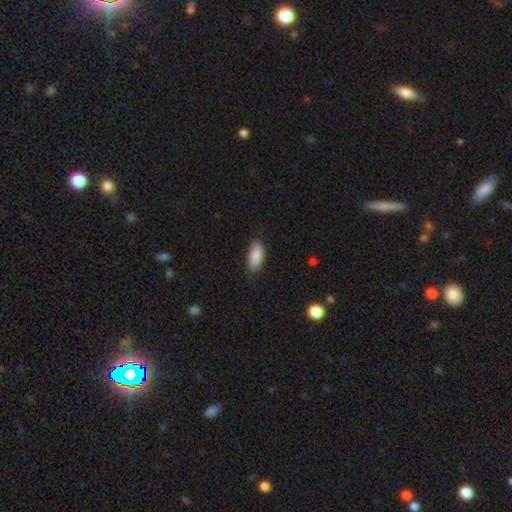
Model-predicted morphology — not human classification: smooth 89%, star or artifact 6%, featured or disk 5%. Down the decision tree: how rounded — in between (87%); merging — none (84%).